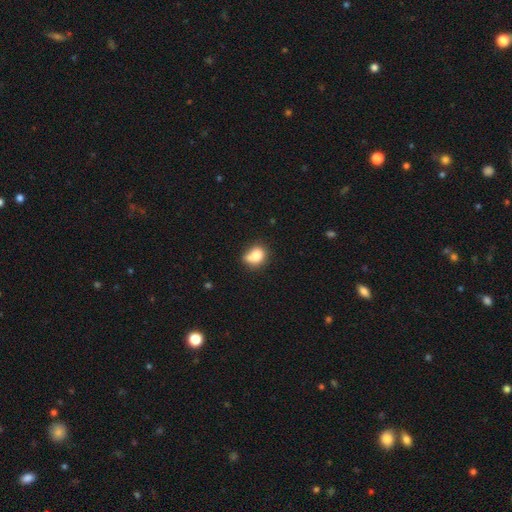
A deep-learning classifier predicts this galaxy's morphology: Smooth or featured?
  - smooth: 80% *
  - featured or disk: 10%
  - star or artifact: 10%
How rounded?
  - in between: 51% *
  - round: 48%
  - cigar-shaped: 2%
Merging?
  - none: 45% *
  - minor disturbance: 27%
  - merger: 18%
  - major disturbance: 10%